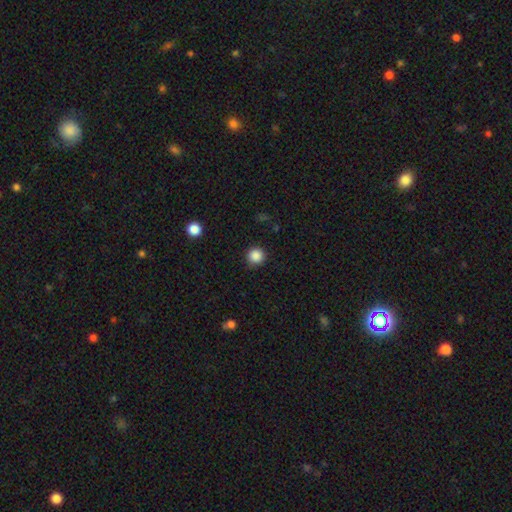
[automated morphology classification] type=smooth (87%); roundness=round (95%); merging=none (89%).